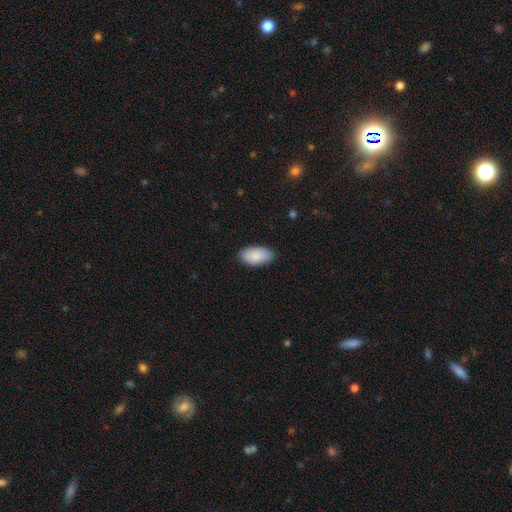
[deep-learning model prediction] Overall: smooth (88%). How rounded: in between (95%). Merging: none (86%).